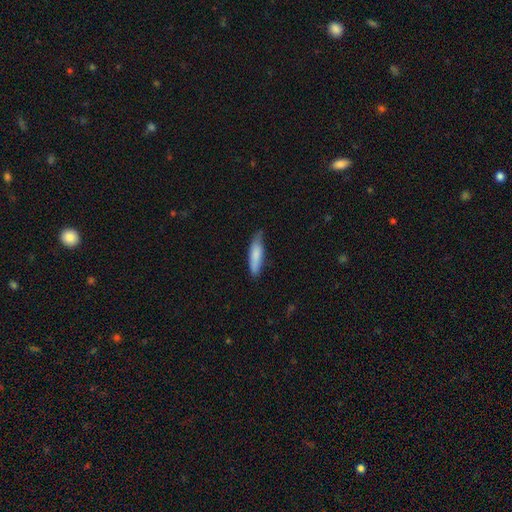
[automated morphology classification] Smooth or featured: smooth — 80% (featured or disk — 15%)
How rounded: cigar-shaped — 69% (in between — 30%)
Merging: none — 66% (minor disturbance — 28%)